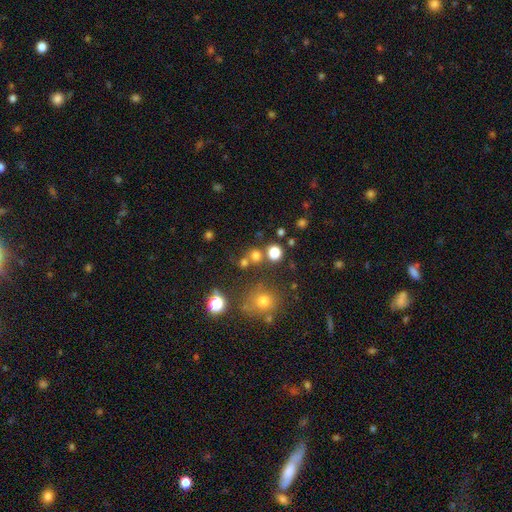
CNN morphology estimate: smooth_or_featured: smooth (p=0.68) [alt: star or artifact p=0.24]
how_rounded: round (p=0.89) [alt: in between p=0.10]
merging: none (p=0.71) [alt: merger p=0.18]